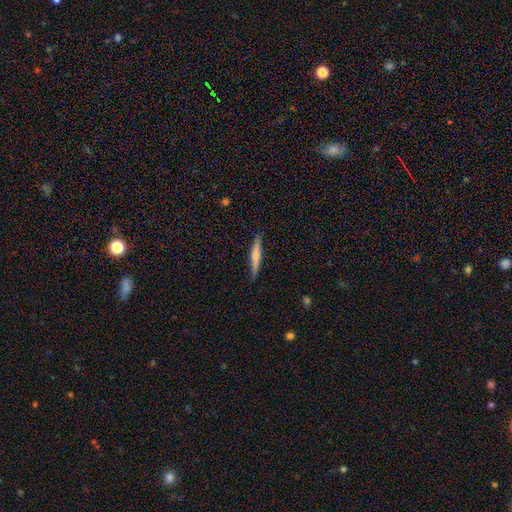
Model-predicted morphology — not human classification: smooth_or_featured: smooth (p=0.53) [alt: featured or disk p=0.41]
how_rounded: cigar-shaped (p=0.93) [alt: in between p=0.05]
merging: none (p=0.87) [alt: minor disturbance p=0.10]